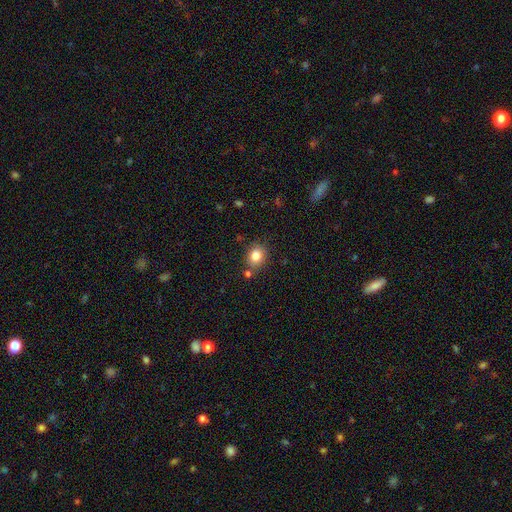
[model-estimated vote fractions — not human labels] A smooth galaxy with no disk features (82%) that is round (61%). Merging: none (77%).